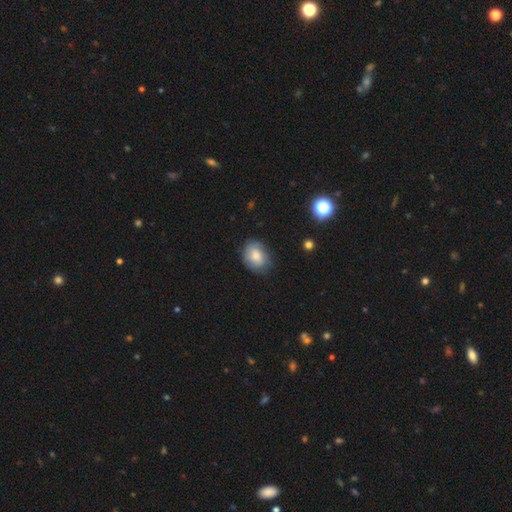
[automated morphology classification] Q: Smooth or featured?
A: smooth (66%); runner-up: featured or disk (26%)
Q: How rounded?
A: in between (64%); runner-up: round (35%)
Q: Merging?
A: none (72%); runner-up: minor disturbance (21%)